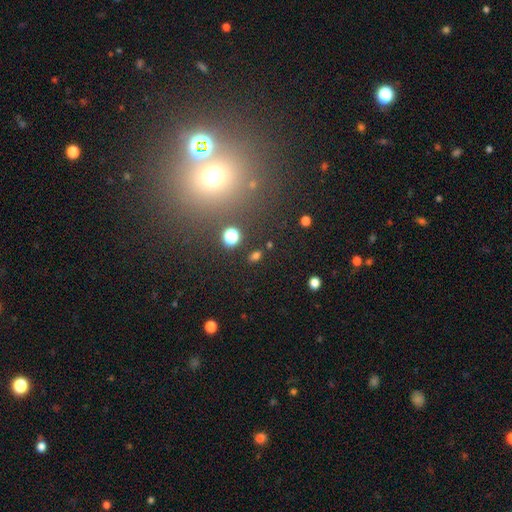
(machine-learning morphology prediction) Smooth or featured: smooth — 64% (star or artifact — 27%)
How rounded: in between — 62% (round — 33%)
Merging: none — 83% (minor disturbance — 9%)